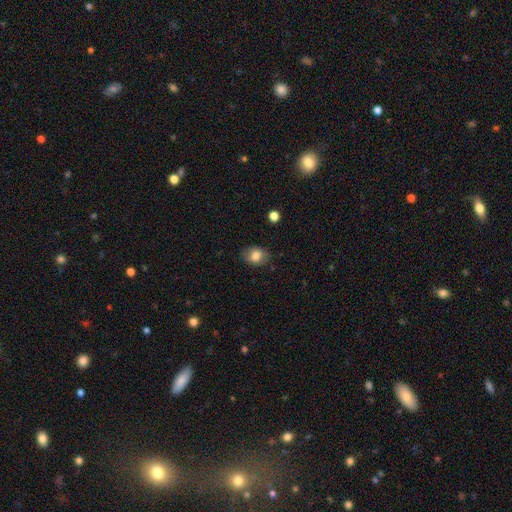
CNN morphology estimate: This is clearly a smooth galaxy (80%). How rounded: likely in between (63%). Merging: clearly none (81%).